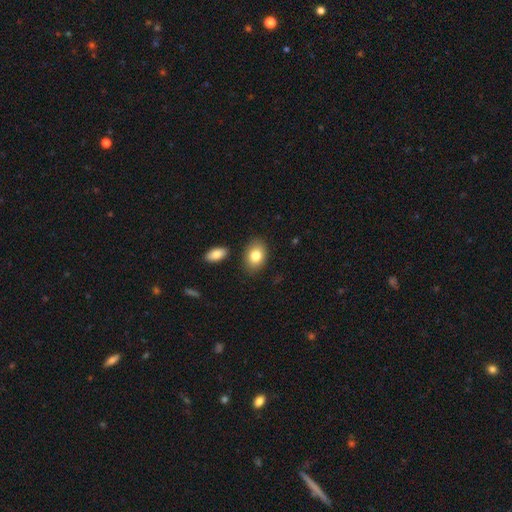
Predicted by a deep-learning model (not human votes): Overall: smooth (81%). How rounded: in between (79%). Merging: none (84%).